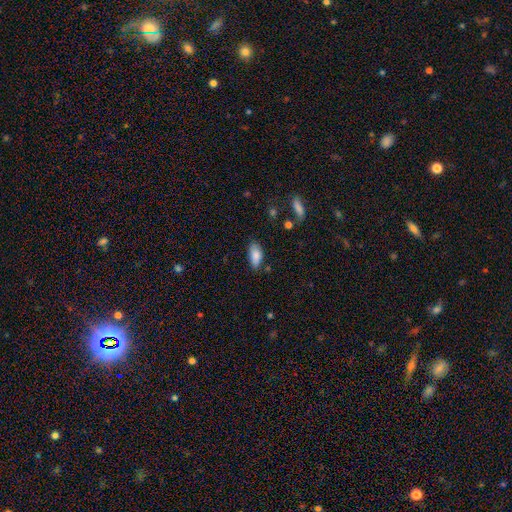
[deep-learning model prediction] smooth 85%, featured or disk 8%, star or artifact 7%. Down the decision tree: how rounded — in between (91%); merging — none (74%).